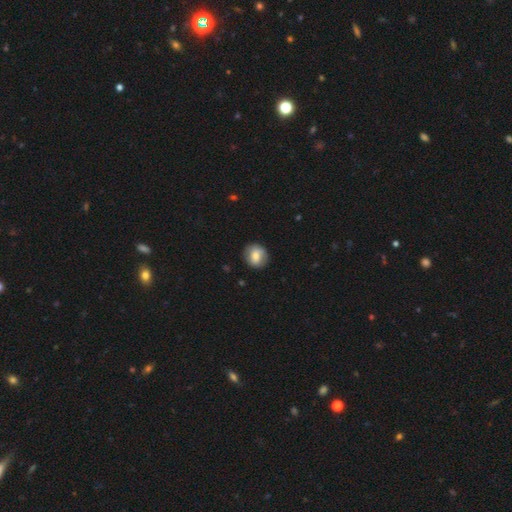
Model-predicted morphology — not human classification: Smooth or featured? smooth (70%)
How rounded? round (80%)
Merging? none (86%)